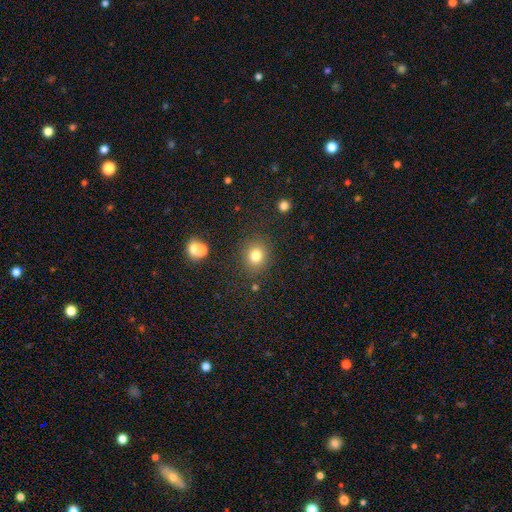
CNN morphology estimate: smooth 80%, star or artifact 13%, featured or disk 7%. Down the decision tree: how rounded — round (79%); merging — none (84%).